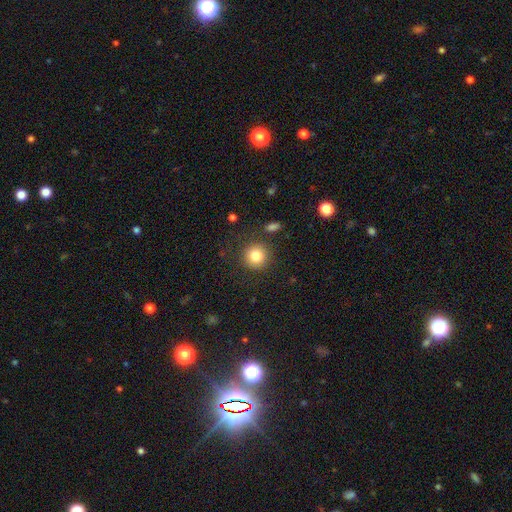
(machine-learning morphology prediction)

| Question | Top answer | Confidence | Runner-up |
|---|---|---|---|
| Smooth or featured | smooth | 83% | star or artifact (11%) |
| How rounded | round | 93% | in between (6%) |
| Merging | none | 86% | minor disturbance (8%) |